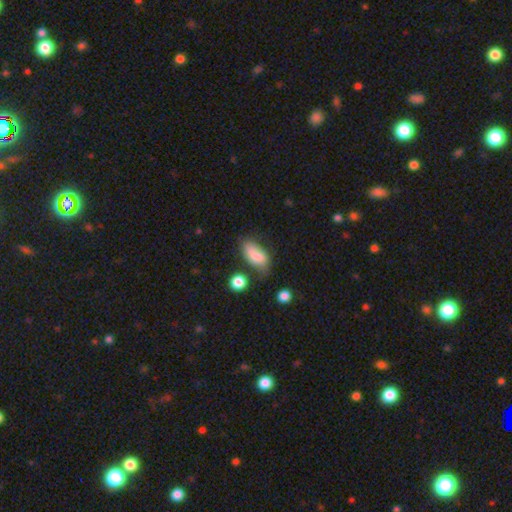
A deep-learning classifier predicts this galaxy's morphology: Smooth or featured: smooth — 77% (featured or disk — 15%)
How rounded: in between — 88% (cigar-shaped — 8%)
Merging: none — 51% (minor disturbance — 30%)